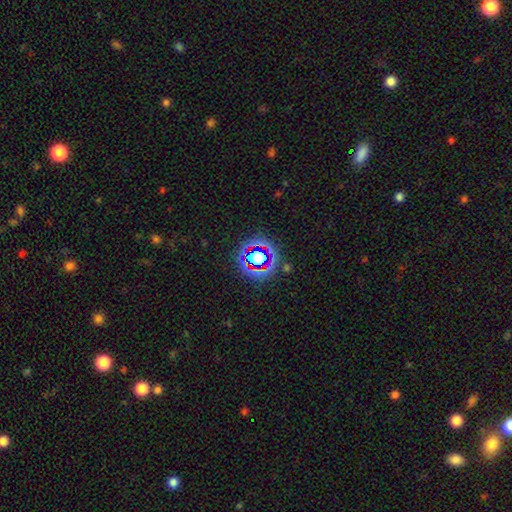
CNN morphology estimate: type=star or artifact (59%).